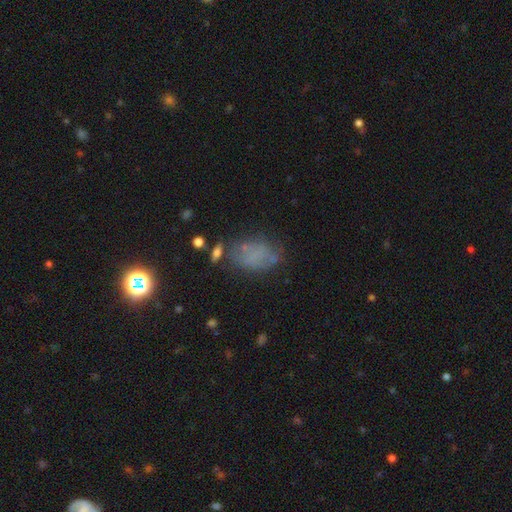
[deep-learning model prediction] Overall: smooth (55%; featured or disk 24%). How rounded: in between (84%). Merging: none (51%; minor disturbance 24%).